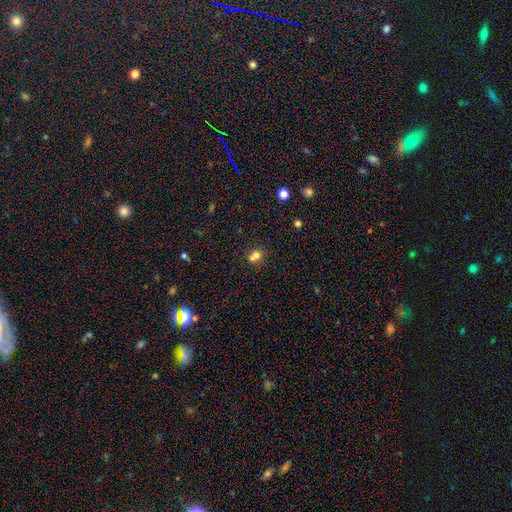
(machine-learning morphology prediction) smooth 69%, star or artifact 16%, featured or disk 15%. Down the decision tree: how rounded — round (78%); merging — merger (52%).